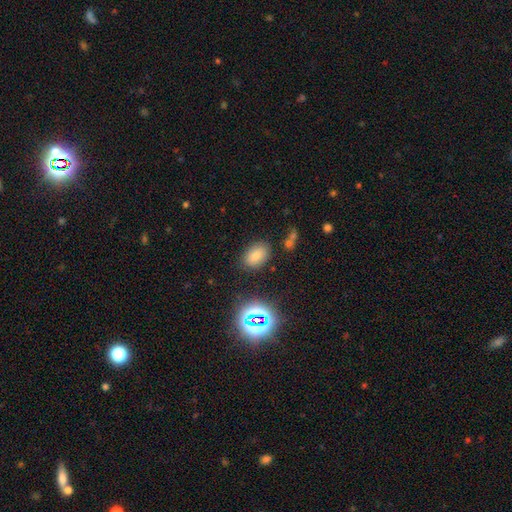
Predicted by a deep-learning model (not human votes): Overall: smooth (74%). How rounded: in between (84%). Merging: none (81%).